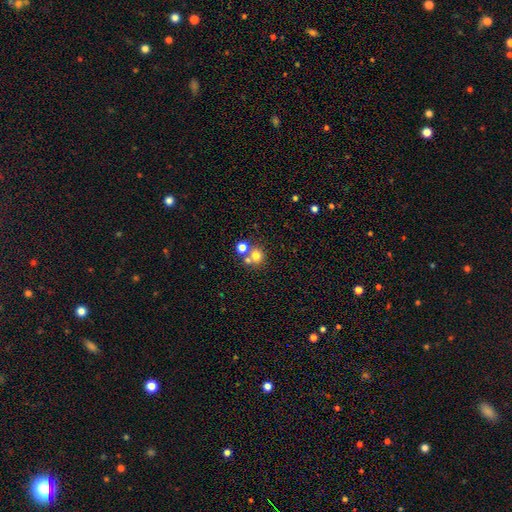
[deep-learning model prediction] smooth 71%, star or artifact 15%, featured or disk 13%. Down the decision tree: how rounded — round (85%); merging — none (50%).